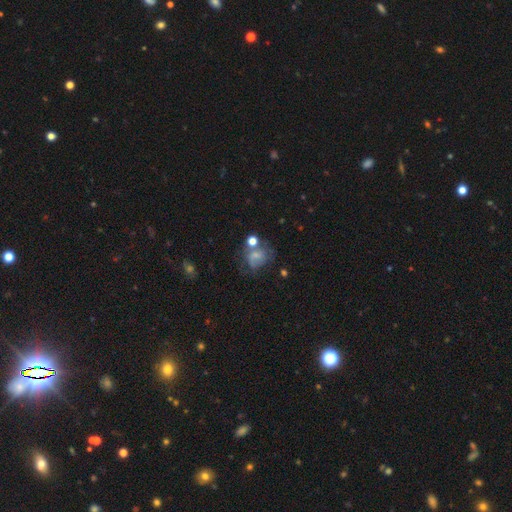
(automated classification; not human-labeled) The model was most divided on "merging": none: 37%, minor disturbance: 24%, major disturbance: 23%, merger: 16%. More confident: how rounded — round (57%); smooth or featured — smooth (51%).